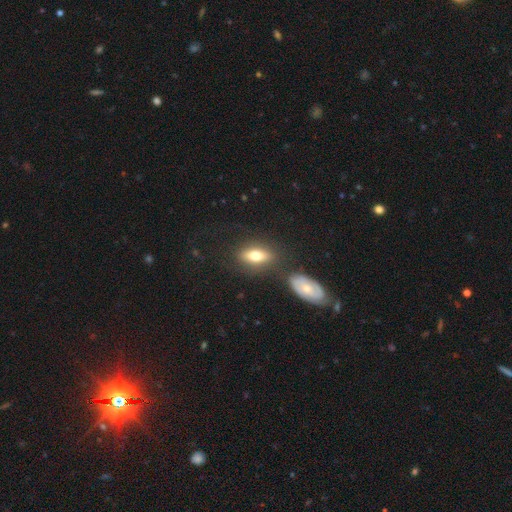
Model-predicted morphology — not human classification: smooth-or-featured: smooth: 65% | featured or disk: 27% | star or artifact: 9%
  how-rounded: in between: 77% | cigar-shaped: 16% | round: 7%
  merging: none: 72% | minor disturbance: 12% | merger: 11% | major disturbance: 5%